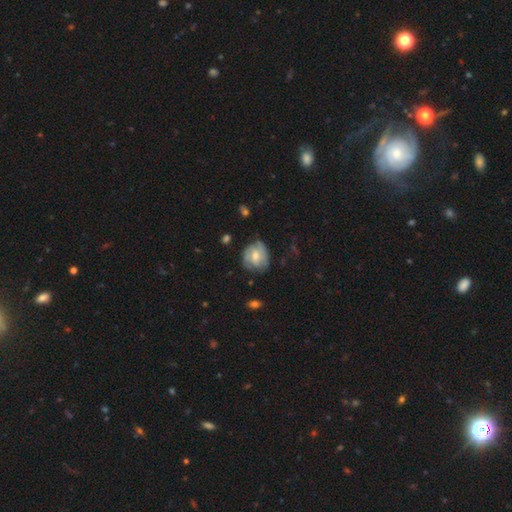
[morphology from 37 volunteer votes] Smooth or featured? 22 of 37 (59%) said featured or disk. Edge-on disk? 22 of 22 (100%) said no. Bar? 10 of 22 (45%, tied with no) said weak. Spiral arms? 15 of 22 (68%) said no. Bulge size? 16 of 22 (73%) said moderate. Merging? 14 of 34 (41%, tied with minor disturbance) said none.